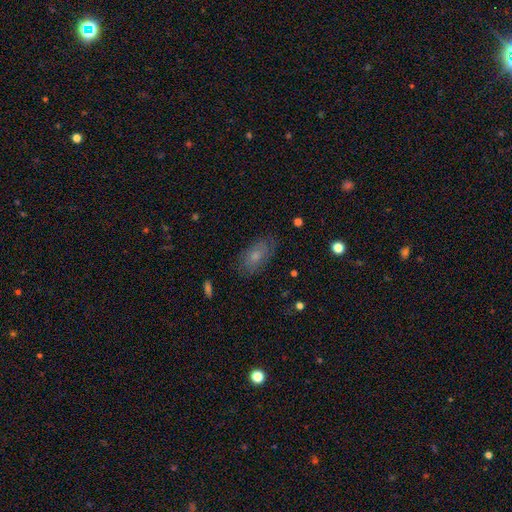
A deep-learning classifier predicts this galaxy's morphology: Smooth or featured? Predicted: smooth (p=0.61). How rounded? Predicted: in between (p=0.89). Merging? Predicted: none (p=0.78).